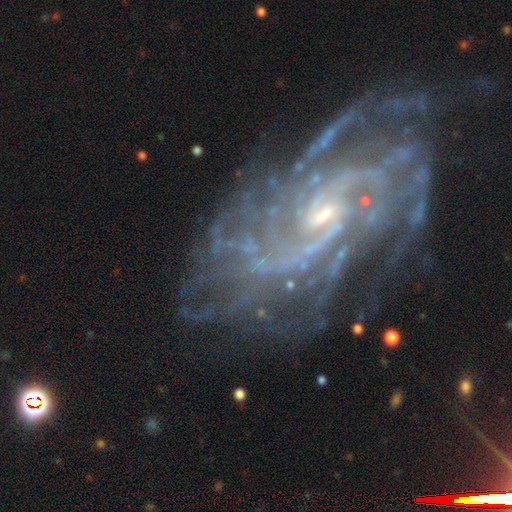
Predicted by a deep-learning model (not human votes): This appears to be a featured or disk galaxy (90%) with no bar (45%), tight (56%) spiral arms (97%) and a small central bulge (74%). Merging: none (72%).